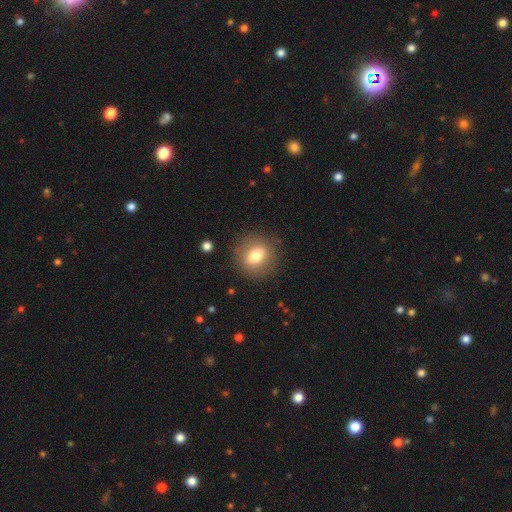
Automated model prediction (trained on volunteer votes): Smooth or featured? smooth (72%)
How rounded? round (68%)
Merging? none (85%)